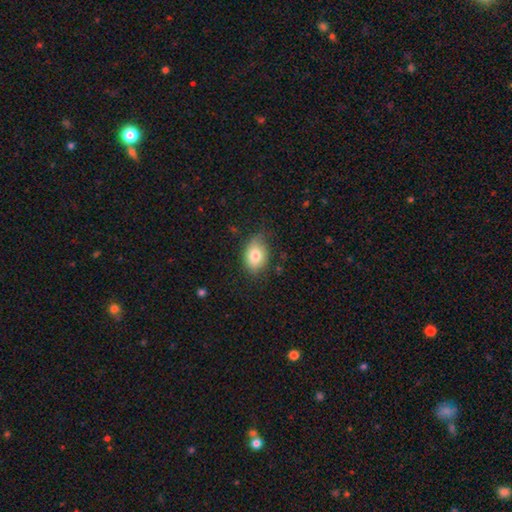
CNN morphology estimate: Smooth or featured? Predicted: smooth (p=0.78). How rounded? Predicted: in between (p=0.79). Merging? Predicted: none (p=0.66).